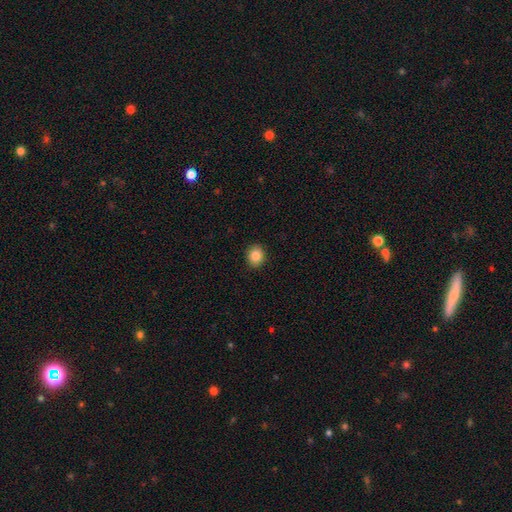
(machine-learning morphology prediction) Smooth or featured: smooth — 85% (star or artifact — 9%)
How rounded: round — 66% (in between — 33%)
Merging: none — 91% (minor disturbance — 7%)